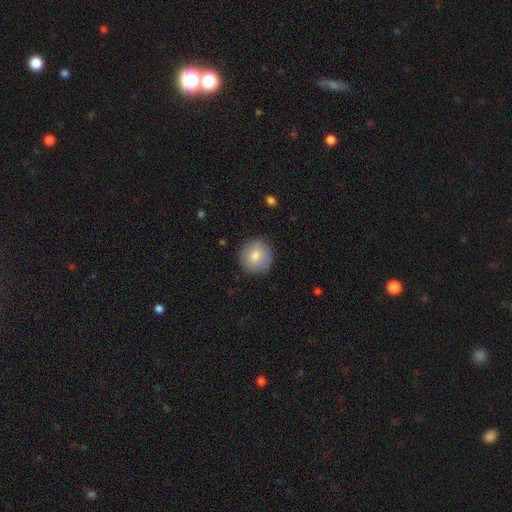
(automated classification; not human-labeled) Overall: smooth (73%). How rounded: round (92%). Merging: none (84%).